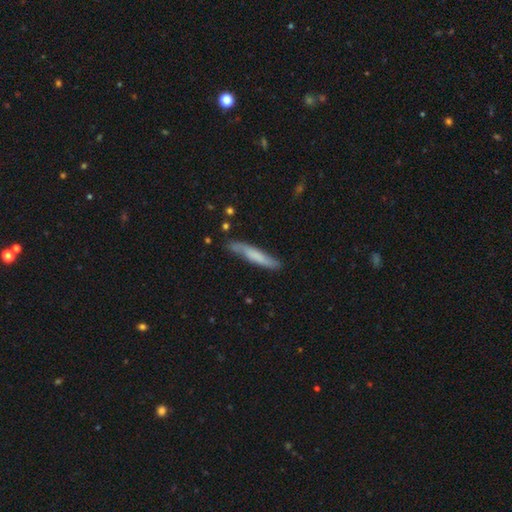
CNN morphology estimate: Smooth or featured: smooth — 61% (featured or disk — 33%)
How rounded: cigar-shaped — 92% (in between — 7%)
Merging: none — 72% (minor disturbance — 21%)